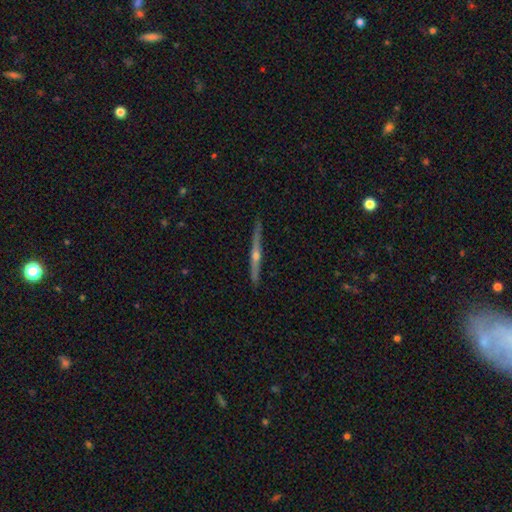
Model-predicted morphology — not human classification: This is clearly a featured or disk galaxy (82%). It is clearly viewed edge-on (98%). Edge-on bulge: clearly rounded (89%). Merging: clearly none (91%).